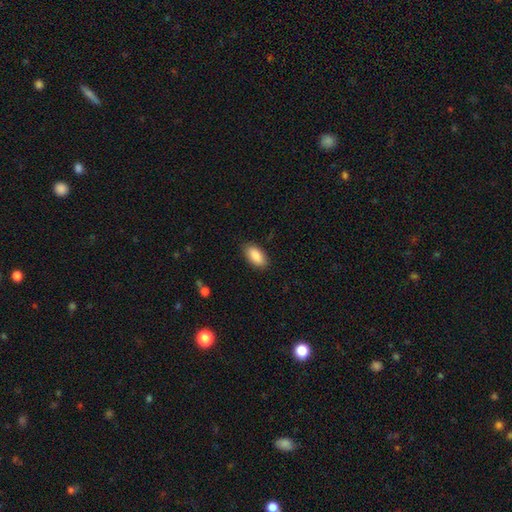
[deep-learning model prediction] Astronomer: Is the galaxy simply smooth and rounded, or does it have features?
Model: smooth — 88%.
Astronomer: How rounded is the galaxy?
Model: in between — 93%.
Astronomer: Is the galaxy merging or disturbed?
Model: none — 86%.